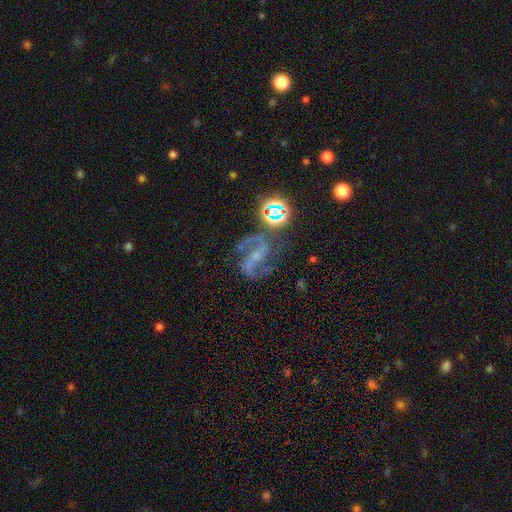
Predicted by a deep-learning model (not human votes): Smooth or featured? Predicted: featured or disk (p=0.82). Edge-on disk? Predicted: no (p=0.97). Bar? Predicted: strong (p=0.42). Spiral arms? Predicted: yes (p=0.96). Spiral winding? Predicted: medium (p=0.46). Spiral arm count? Predicted: 2 (p=0.91). Bulge size? Predicted: small (p=0.69). Merging? Predicted: none (p=0.64).